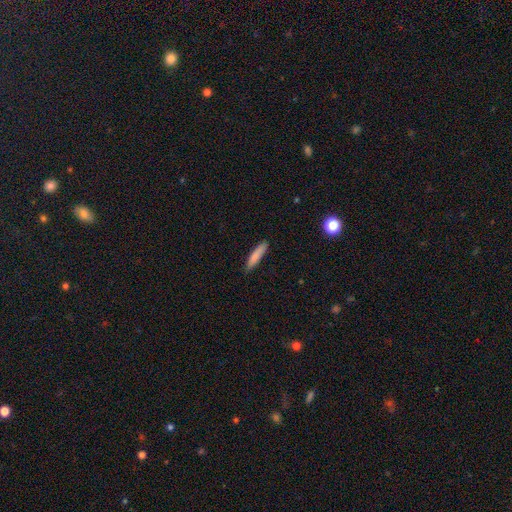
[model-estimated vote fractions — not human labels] A smooth galaxy with no disk features (83%) that is cigar-shaped (85%). Merging: none (85%).